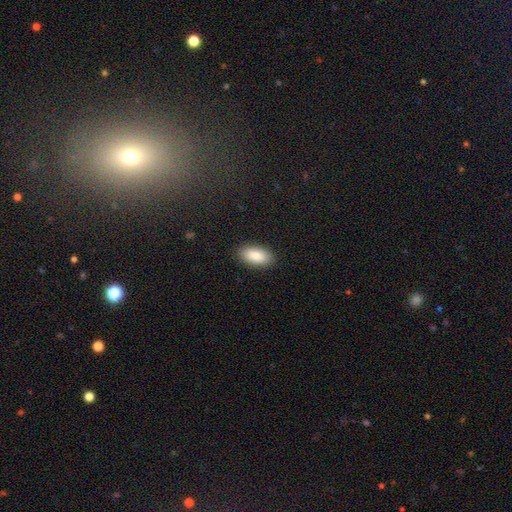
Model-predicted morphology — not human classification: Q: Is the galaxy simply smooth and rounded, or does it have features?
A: smooth — 88%.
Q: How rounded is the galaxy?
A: in between — 94%.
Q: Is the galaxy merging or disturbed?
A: none — 89%.